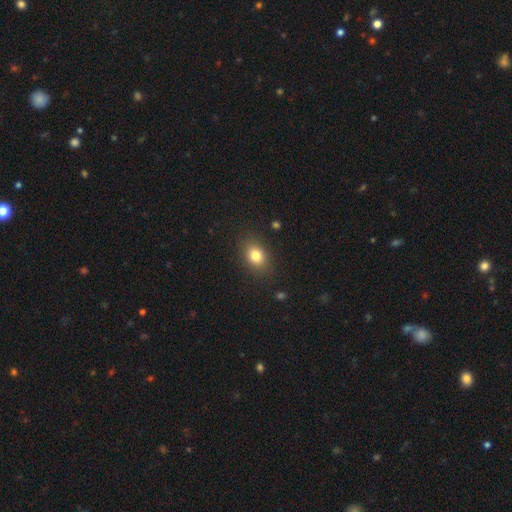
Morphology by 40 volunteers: smooth-or-featured: smooth: 75% | featured or disk: 12% | star or artifact: 12%
  how-rounded: in between: 73% | round: 27% | cigar-shaped: 0%
  merging: none: 89% | major disturbance: 9% | minor disturbance: 3% | merger: 0%